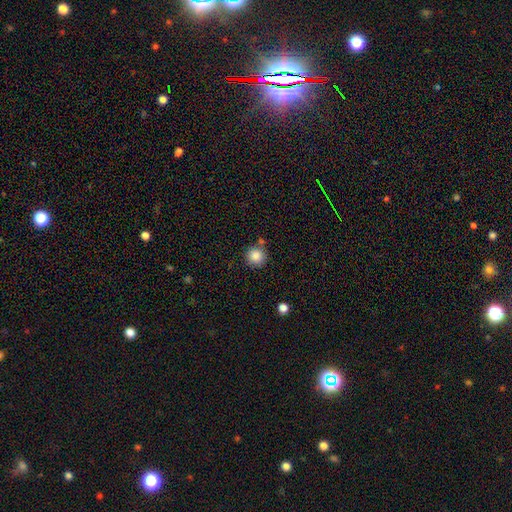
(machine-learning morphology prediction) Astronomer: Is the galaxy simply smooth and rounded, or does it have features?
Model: smooth — 86%.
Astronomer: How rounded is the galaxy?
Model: round — 94%.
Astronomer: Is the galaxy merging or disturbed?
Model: none — 79%.